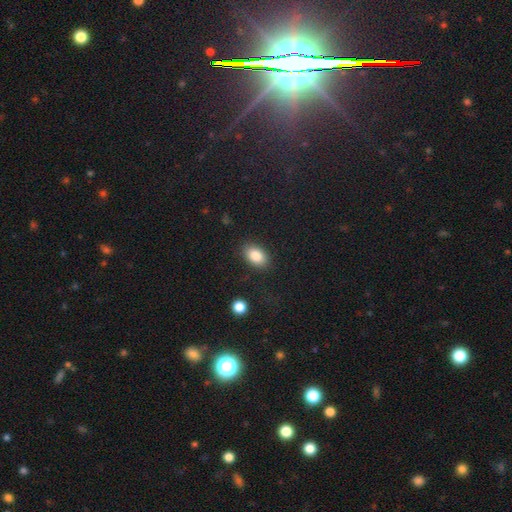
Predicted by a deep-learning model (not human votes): Q: Smooth or featured?
A: smooth (86%); runner-up: star or artifact (8%)
Q: How rounded?
A: in between (89%); runner-up: round (10%)
Q: Merging?
A: none (86%); runner-up: minor disturbance (10%)